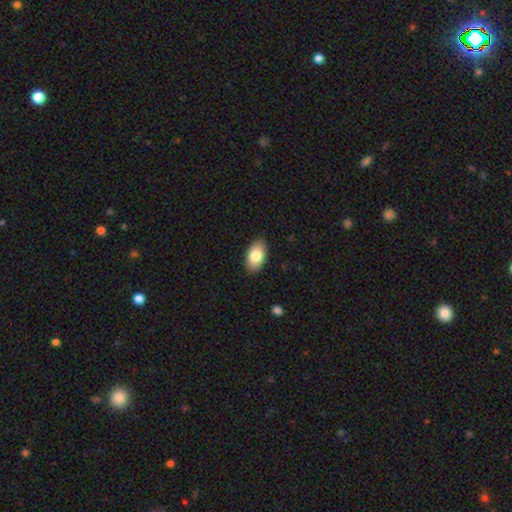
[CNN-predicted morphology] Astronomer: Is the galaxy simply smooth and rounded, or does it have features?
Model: smooth — 83%.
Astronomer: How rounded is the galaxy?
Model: in between — 94%.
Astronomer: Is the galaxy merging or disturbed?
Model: none — 88%.